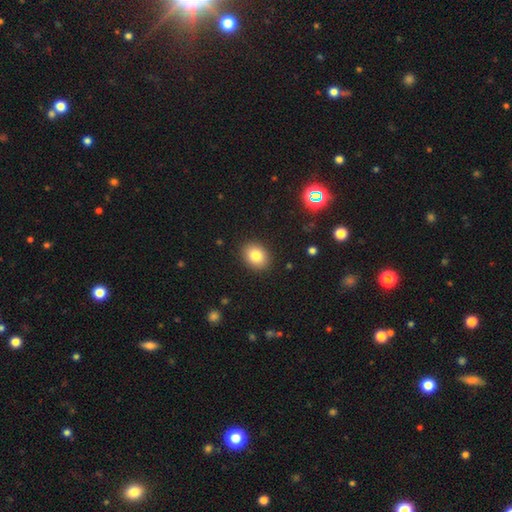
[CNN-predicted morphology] This appears to be a smooth galaxy with no disk features (82%) that is round (51%). Merging: none (90%).